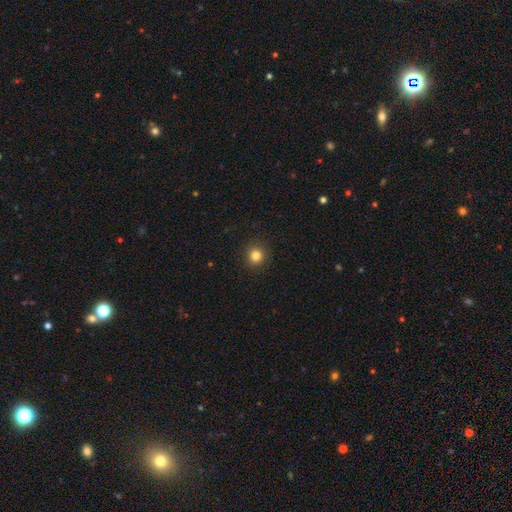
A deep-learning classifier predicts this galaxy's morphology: Smooth or featured? Predicted: smooth (p=0.83). How rounded? Predicted: round (p=0.91). Merging? Predicted: none (p=0.92).